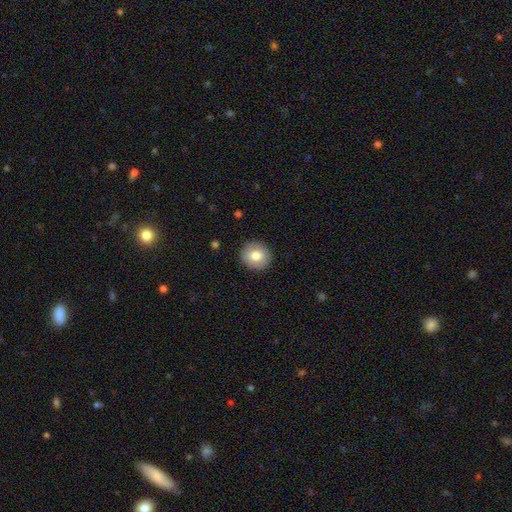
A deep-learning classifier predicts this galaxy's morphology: This is likely a smooth galaxy (77%). How rounded: clearly round (88%). Merging: clearly none (90%).